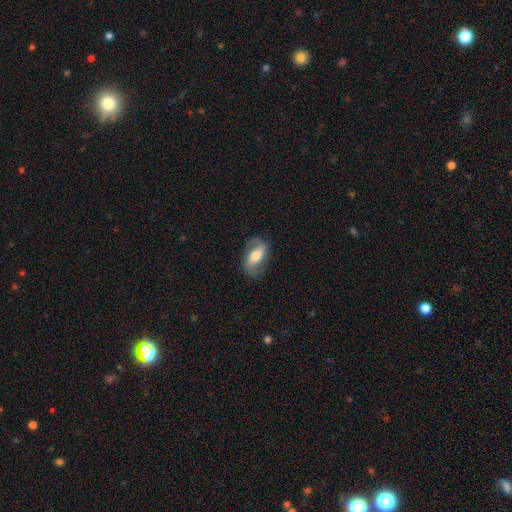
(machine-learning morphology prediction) type=featured or disk (66%); edge-on=no (94%); bar=weak (35%); spiral arms=yes (88%); winding=loose (45%); arm count=2 (87%); bulge=moderate (56%); merging=none (75%).